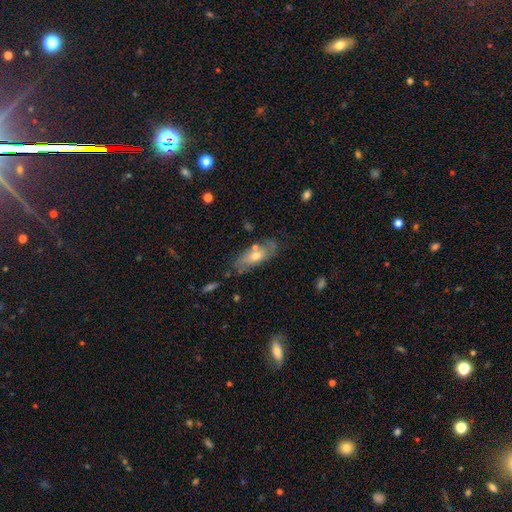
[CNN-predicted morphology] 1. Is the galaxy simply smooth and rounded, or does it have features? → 55% smooth, 38% featured or disk, 7% star or artifact.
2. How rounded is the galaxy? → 75% in between, 21% cigar-shaped, 4% round.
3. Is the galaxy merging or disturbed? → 64% none, 20% minor disturbance, 10% merger, 6% major disturbance.